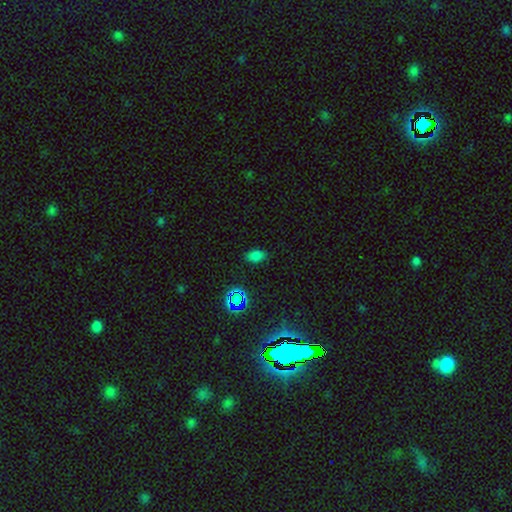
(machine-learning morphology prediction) Smooth or featured? Predicted: smooth (p=0.73). How rounded? Predicted: in between (p=0.88). Merging? Predicted: none (p=0.83).